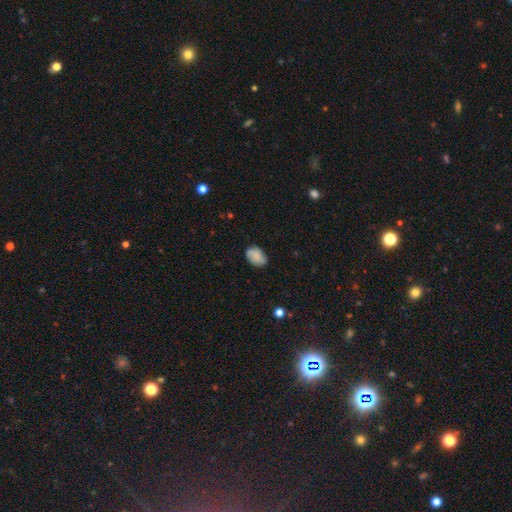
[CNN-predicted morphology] Smooth or featured? smooth (71%)
How rounded? in between (82%)
Merging? none (67%)